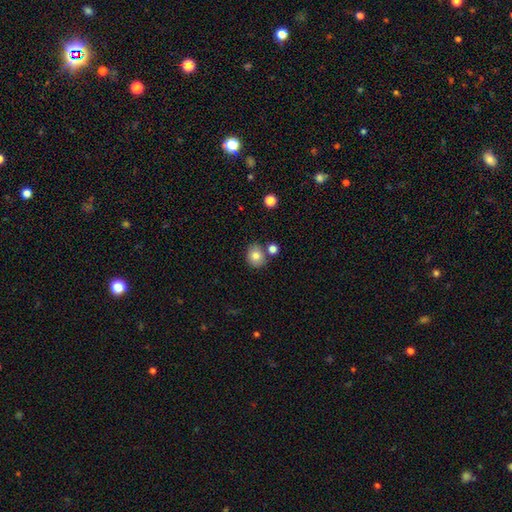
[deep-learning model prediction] Smooth or featured?
  - smooth: 81% *
  - star or artifact: 10%
  - featured or disk: 9%
How rounded?
  - round: 76% *
  - in between: 23%
  - cigar-shaped: 1%
Merging?
  - none: 70% *
  - merger: 15%
  - minor disturbance: 11%
  - major disturbance: 3%